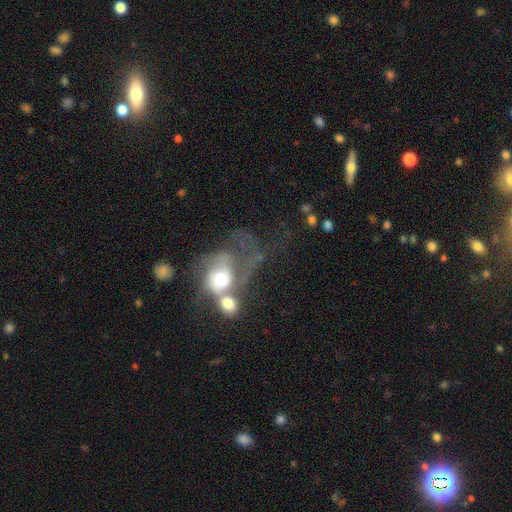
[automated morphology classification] Smooth or featured? Predicted: featured or disk (p=0.56). Edge-on disk? Predicted: no (p=0.95). Bar? Predicted: no (p=0.77). Spiral arms? Predicted: yes (p=0.56). Bulge size? Predicted: moderate (p=0.63). Merging? Predicted: merger (p=0.52).